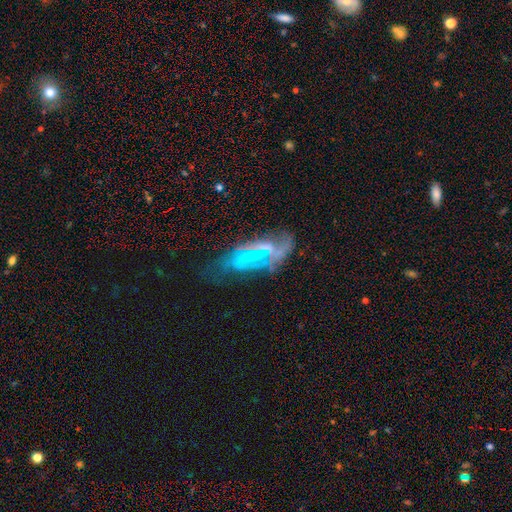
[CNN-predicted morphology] Smooth or featured? featured or disk (66%)
Edge-on disk? no (84%)
Bar? no (40%)
Spiral arms? yes (64%)
Bulge size? small (44%)
Merging? none (46%)